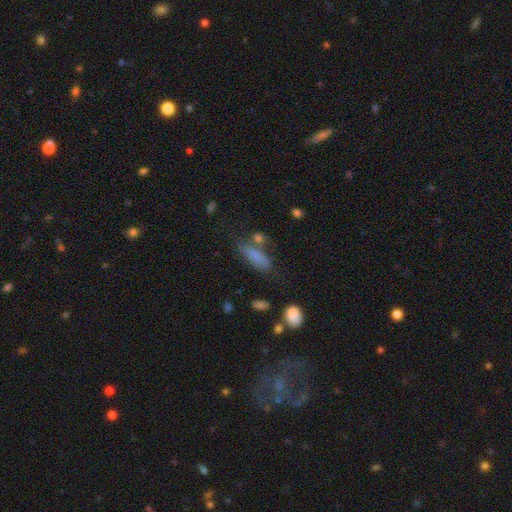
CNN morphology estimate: Smooth or featured? smooth (75%)
How rounded? in between (52%)
Merging? none (57%)